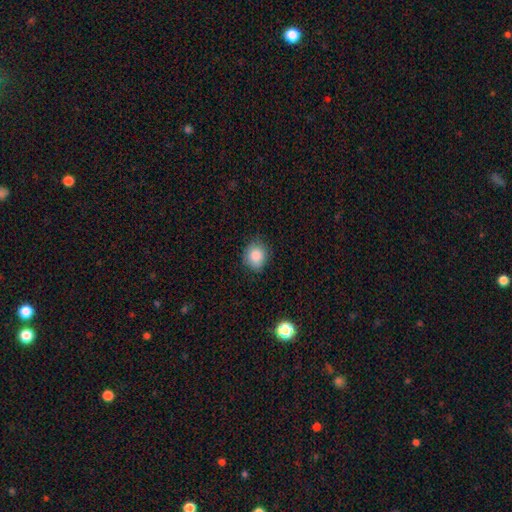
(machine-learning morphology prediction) Overall: smooth (86%). How rounded: round (71%). Merging: none (82%).